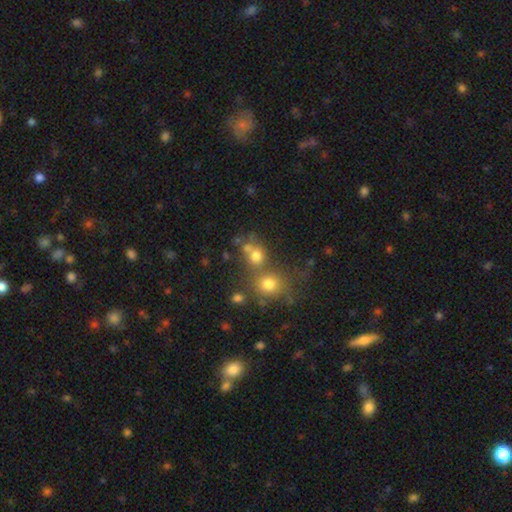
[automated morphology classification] Smooth or featured? Predicted: smooth (p=0.72). How rounded? Predicted: round (p=0.79). Merging? Predicted: none (p=0.47).